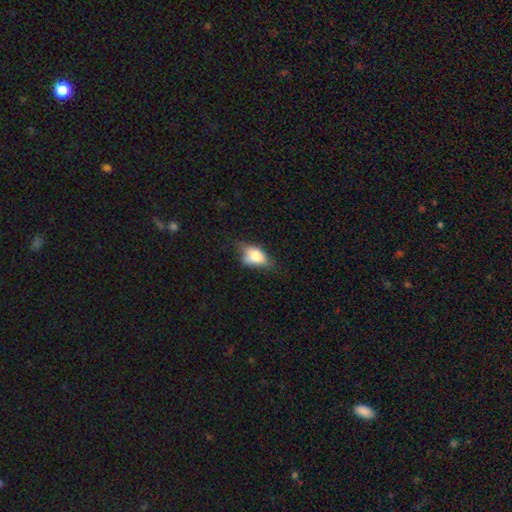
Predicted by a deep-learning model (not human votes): A smooth galaxy with no disk features (71%) that is in between round and cigar-shaped (84%). Merging: none (41%).